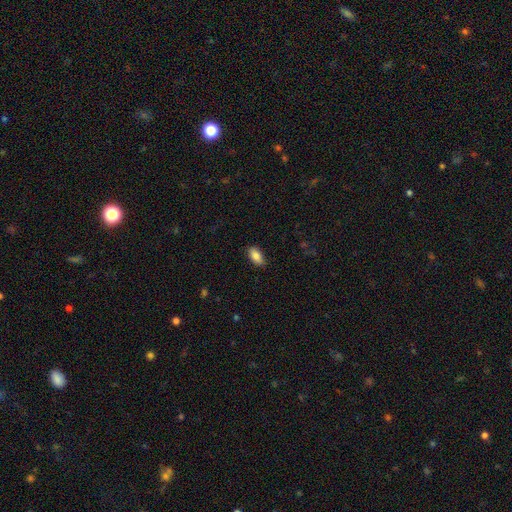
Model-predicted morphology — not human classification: smooth 86%, star or artifact 7%, featured or disk 7%. Down the decision tree: how rounded — in between (92%); merging — none (84%).